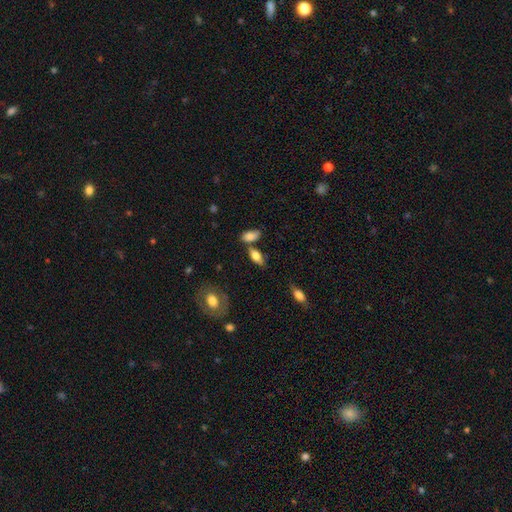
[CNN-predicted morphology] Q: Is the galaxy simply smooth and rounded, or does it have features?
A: smooth — 71%.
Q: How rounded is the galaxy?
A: in between — 80%.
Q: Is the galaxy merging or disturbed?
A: none — 62%.